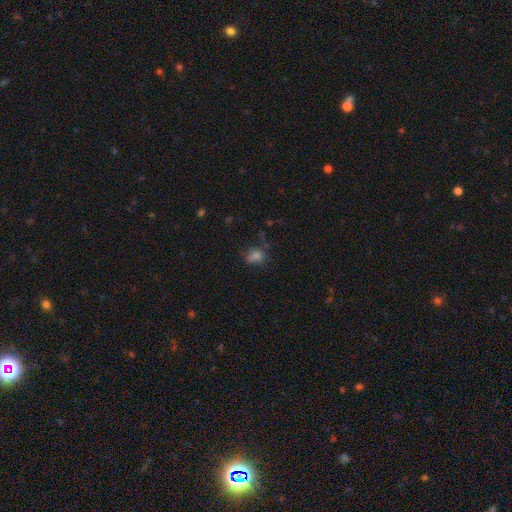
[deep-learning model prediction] This appears to be a smooth galaxy with no disk features (75%) that is in between round and cigar-shaped (60%). Merging: none (54%).